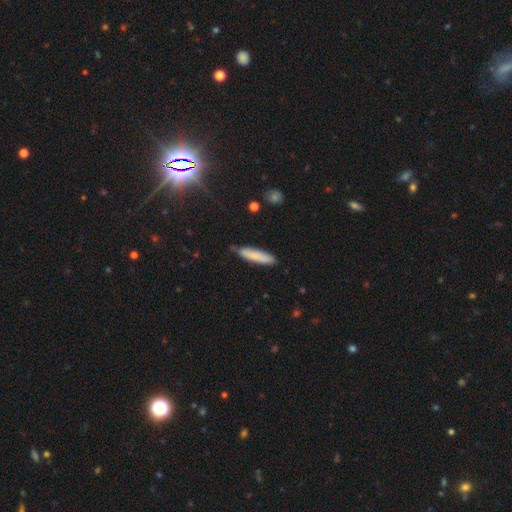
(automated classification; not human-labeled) smooth 80%, featured or disk 14%, star or artifact 6%. Down the decision tree: how rounded — cigar-shaped (80%); merging — none (83%).